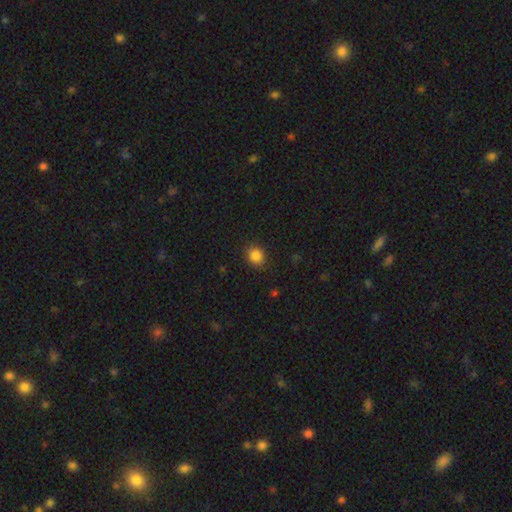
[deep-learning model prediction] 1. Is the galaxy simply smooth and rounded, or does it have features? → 86% smooth, 11% star or artifact, 4% featured or disk.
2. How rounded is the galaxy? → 72% round, 27% in between, 1% cigar-shaped.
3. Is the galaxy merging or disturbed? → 86% none, 10% minor disturbance, 3% major disturbance, 1% merger.